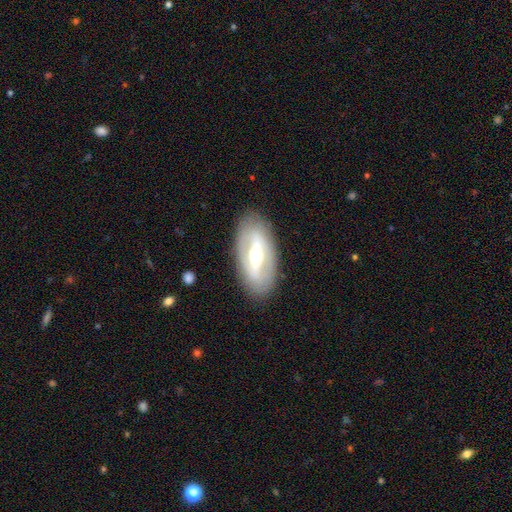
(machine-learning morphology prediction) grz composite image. It shows a featured or disk galaxy (70%) with a strong bar (57%), no spiral arms (70%) and a moderate central bulge (70%). Merging: none (86%).